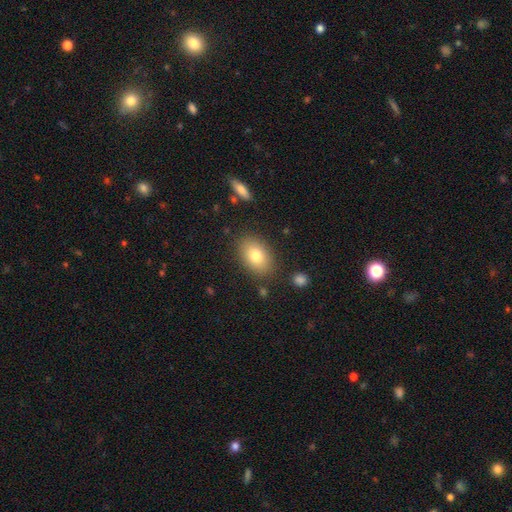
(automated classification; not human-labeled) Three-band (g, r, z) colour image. It shows a smooth galaxy with no disk features (79%) that is in between round and cigar-shaped (86%). Merging: none (84%).